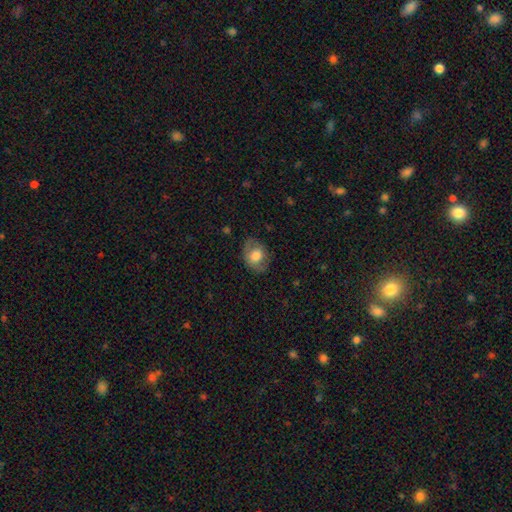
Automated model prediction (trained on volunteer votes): A smooth galaxy with no disk features (67%) that is in between round and cigar-shaped (64%). Merging: none (75%).